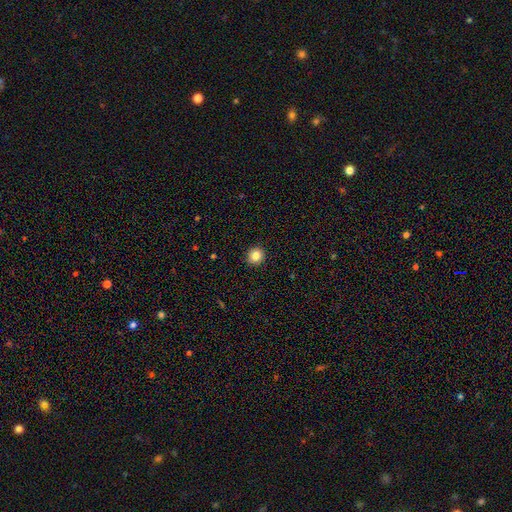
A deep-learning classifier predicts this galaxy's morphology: The model was most divided on "smooth or featured": smooth: 83%, star or artifact: 11%, featured or disk: 6%. More confident: merging — none (93%); how rounded — round (91%).